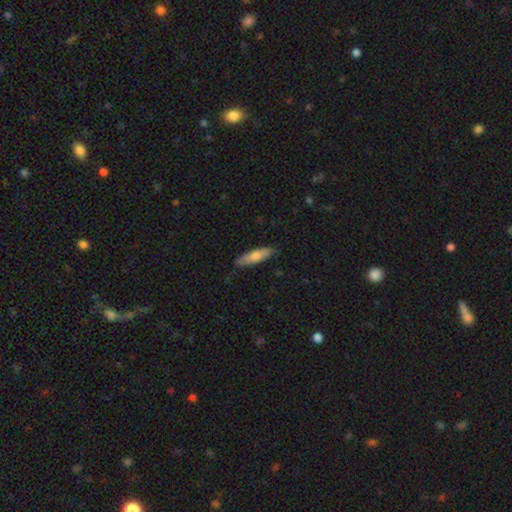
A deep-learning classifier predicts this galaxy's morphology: smooth 66%, featured or disk 28%, star or artifact 6%. Down the decision tree: how rounded — cigar-shaped (75%); merging — none (86%).